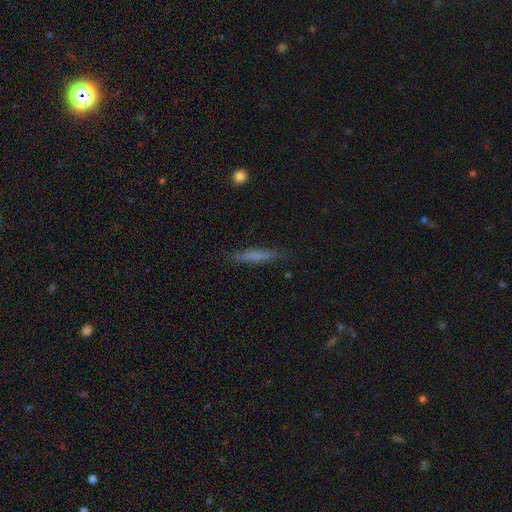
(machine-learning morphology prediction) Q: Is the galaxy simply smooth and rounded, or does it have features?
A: smooth — 67%.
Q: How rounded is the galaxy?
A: cigar-shaped — 92%.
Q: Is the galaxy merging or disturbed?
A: none — 84%.